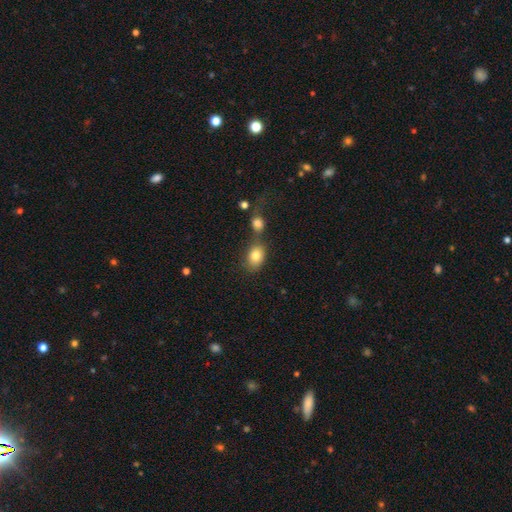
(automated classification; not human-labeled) Smooth or featured? smooth (81%)
How rounded? in between (70%)
Merging? none (45%)